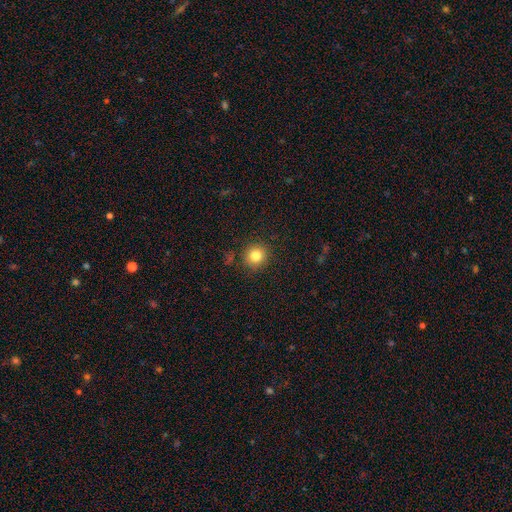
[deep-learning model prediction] smooth 83%, star or artifact 11%, featured or disk 6%. Down the decision tree: how rounded — round (91%); merging — none (88%).